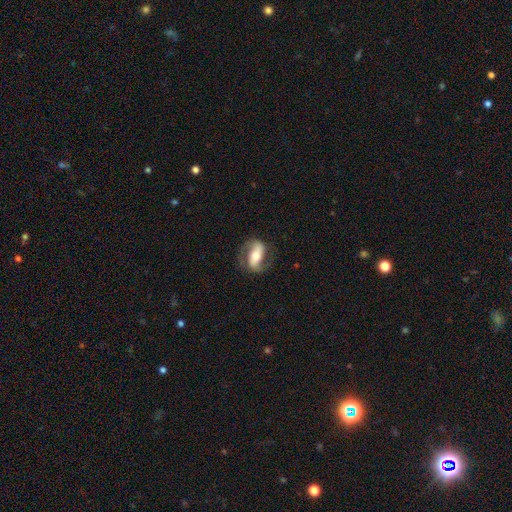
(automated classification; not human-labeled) A featured or disk galaxy (71%) with a strong bar (55%), 2 (87%) medium (45%) spiral arms (85%) and a moderate central bulge (60%). Merging: none (73%).